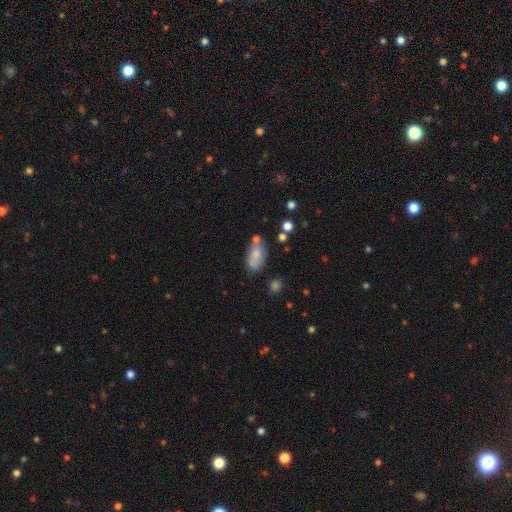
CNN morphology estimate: This appears to be a smooth galaxy with no disk features (71%) that is in between round and cigar-shaped (89%). Merging: none (57%).